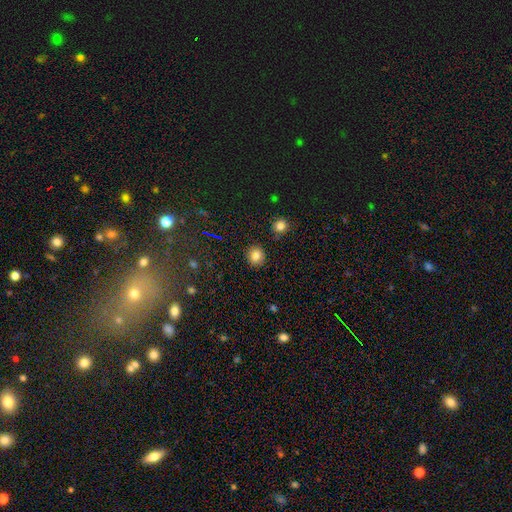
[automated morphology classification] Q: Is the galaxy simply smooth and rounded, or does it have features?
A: smooth — 81%.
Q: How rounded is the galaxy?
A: round — 84%.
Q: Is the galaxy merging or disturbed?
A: none — 90%.